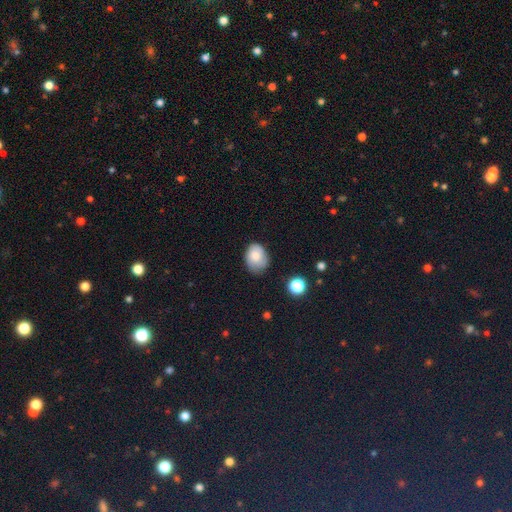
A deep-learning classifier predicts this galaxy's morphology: Smooth or featured? smooth (78%)
How rounded? in between (57%)
Merging? none (62%)